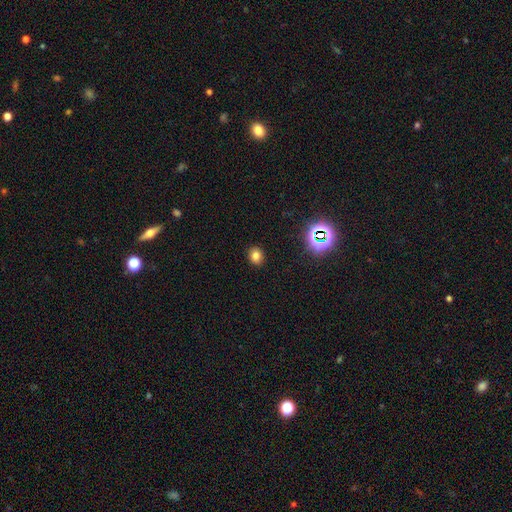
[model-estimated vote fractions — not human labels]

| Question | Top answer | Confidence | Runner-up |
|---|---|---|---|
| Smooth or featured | smooth | 76% | star or artifact (18%) |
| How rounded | round | 64% | in between (35%) |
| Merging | none | 90% | minor disturbance (7%) |